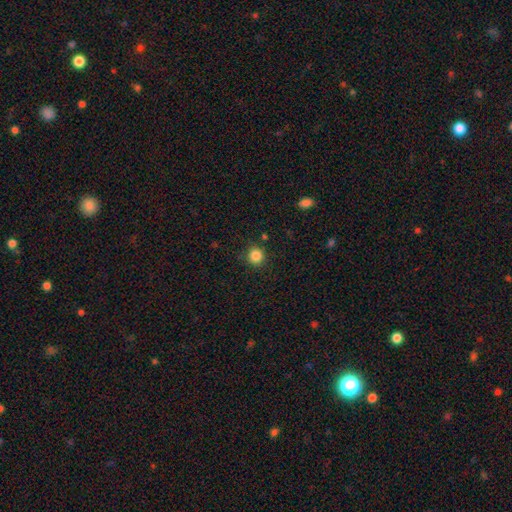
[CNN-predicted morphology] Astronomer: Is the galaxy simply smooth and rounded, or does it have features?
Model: smooth — 85%.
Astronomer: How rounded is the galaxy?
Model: round — 93%.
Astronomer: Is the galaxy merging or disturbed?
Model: none — 88%.